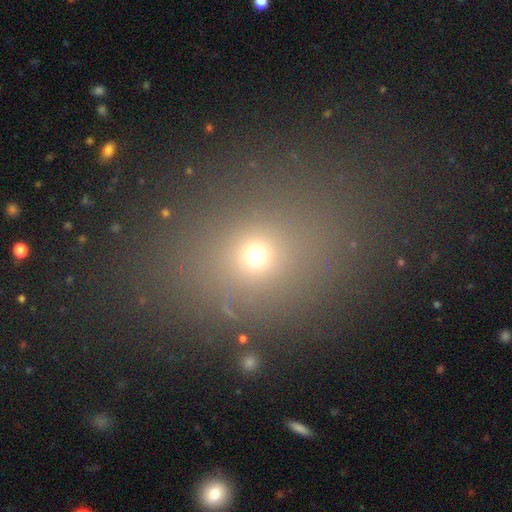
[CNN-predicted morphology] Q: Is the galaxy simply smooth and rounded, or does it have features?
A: smooth — 64%.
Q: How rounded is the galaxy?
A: round — 62%.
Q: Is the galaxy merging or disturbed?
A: none — 78%.